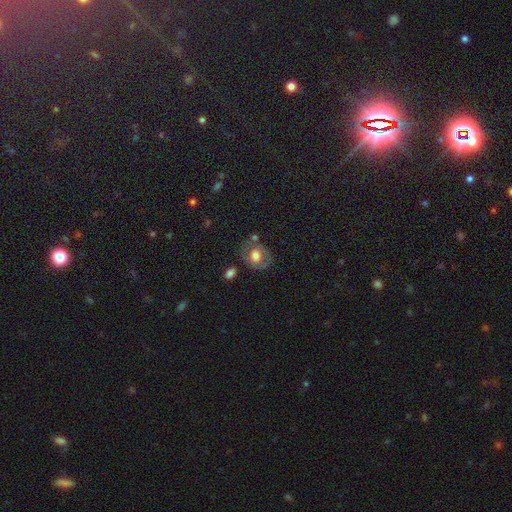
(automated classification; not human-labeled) A smooth galaxy with no disk features (49%).

Vote fractions:
- Smooth or featured? smooth: 49% / featured or disk: 43% / star or artifact: 8%
- Merging? none: 63% / minor disturbance: 20% / major disturbance: 9% / merger: 8%